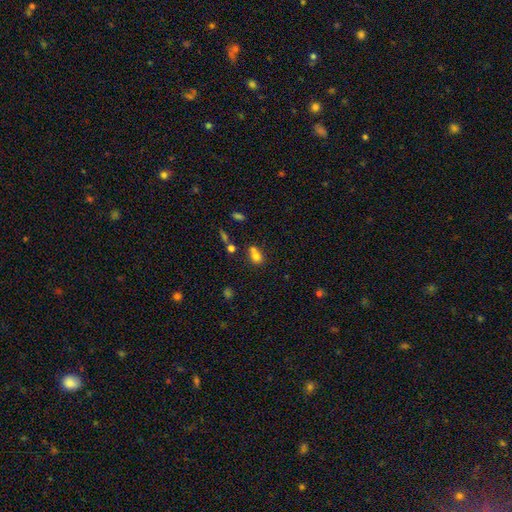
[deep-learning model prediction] Smooth or featured: smooth — 70% (star or artifact — 15%)
How rounded: round — 62% (in between — 36%)
Merging: merger — 54% (none — 32%)